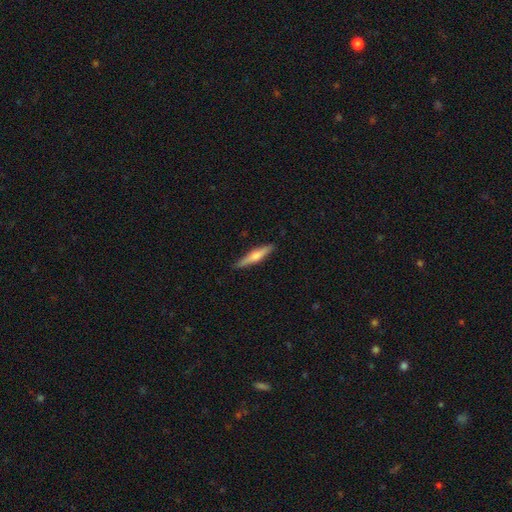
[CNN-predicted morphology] smooth-or-featured: featured or disk: 52% | smooth: 42% | star or artifact: 6%
  disk-edge-on: yes: 96% | no: 4%
    edge-on-bulge: rounded: 84% | boxy: 8% | none: 8%
  merging: none: 90% | minor disturbance: 8% | major disturbance: 2% | merger: 1%